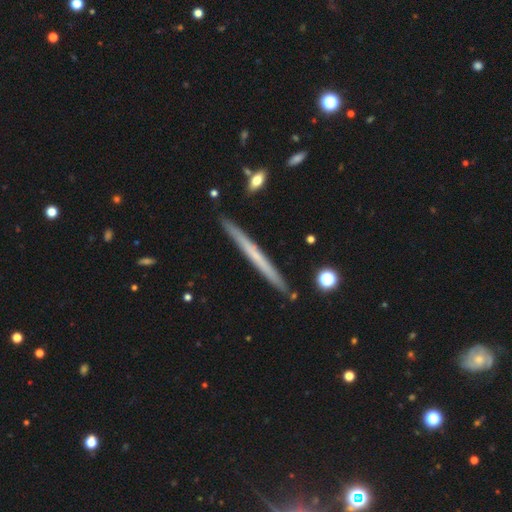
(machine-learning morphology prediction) This is possibly a featured or disk galaxy (54%). It is clearly viewed edge-on (97%). Edge-on bulge: clearly none (88%). Merging: clearly none (90%).